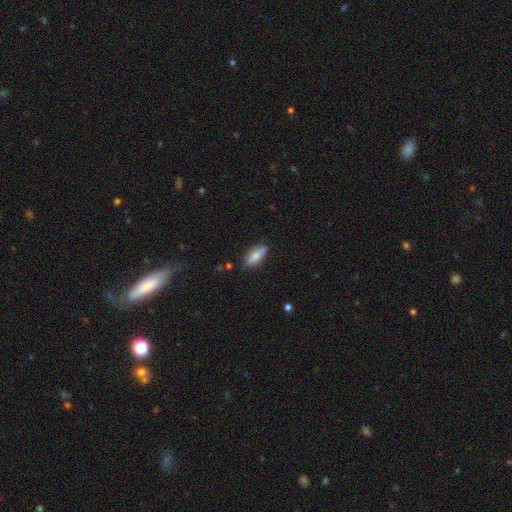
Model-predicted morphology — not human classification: The model was most divided on "how rounded": in between: 73%, cigar-shaped: 25%, round: 2%. More confident: merging — none (79%); smooth or featured — smooth (76%).